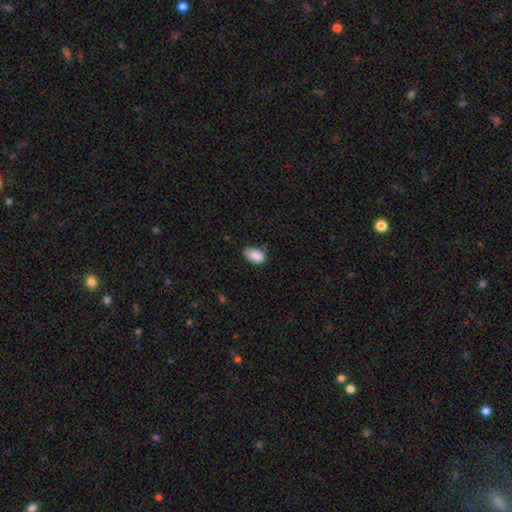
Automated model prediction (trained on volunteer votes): A smooth galaxy with no disk features (88%) that is in between round and cigar-shaped (90%).

Vote fractions:
- Smooth or featured? smooth: 88% / star or artifact: 8% / featured or disk: 4%
- How rounded? in between: 90% / round: 9% / cigar-shaped: 1%
- Merging? none: 60% / minor disturbance: 31% / major disturbance: 6% / merger: 3%